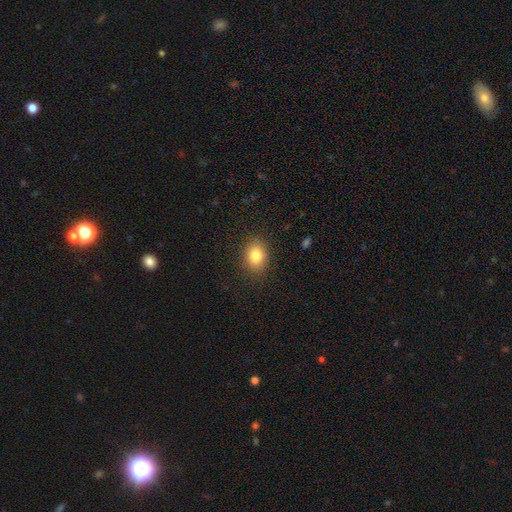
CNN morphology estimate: This is clearly a smooth galaxy (82%). How rounded: likely in between (62%). Merging: clearly none (87%).